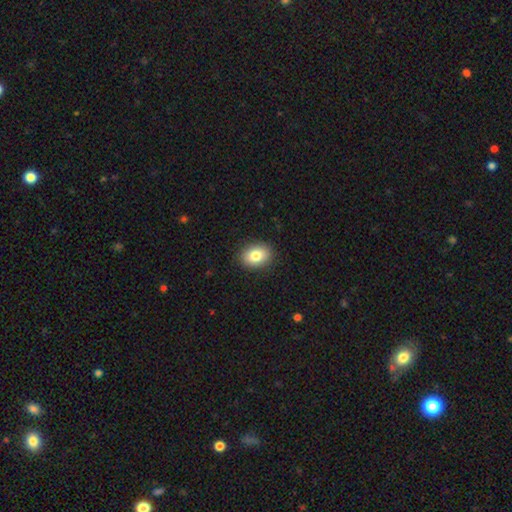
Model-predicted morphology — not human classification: Smooth or featured: smooth — 83% (featured or disk — 8%)
How rounded: in between — 71% (round — 28%)
Merging: none — 90% (minor disturbance — 8%)